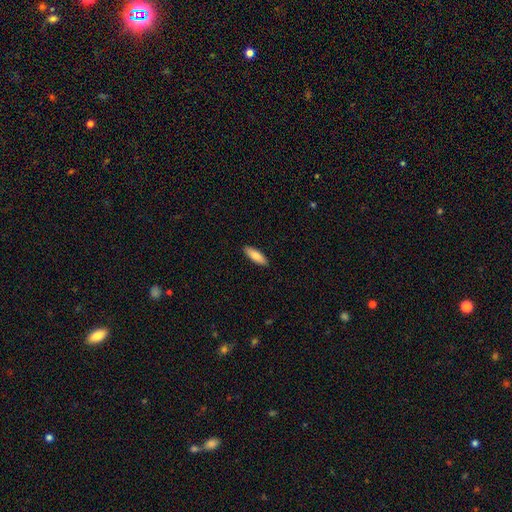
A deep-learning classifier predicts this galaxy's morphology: The model was most divided on "how rounded": in between: 55%, cigar-shaped: 43%, round: 2%. More confident: merging — none (90%); smooth or featured — smooth (81%).